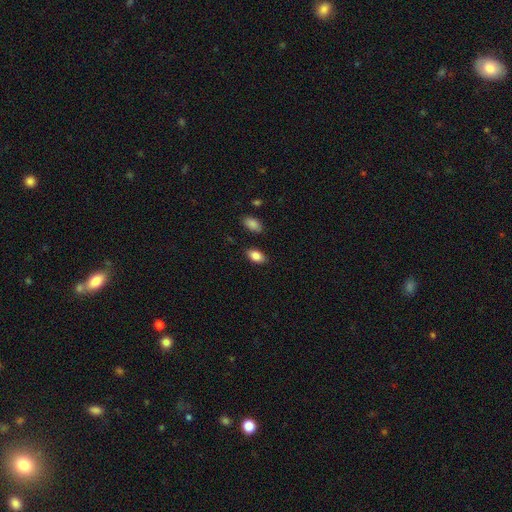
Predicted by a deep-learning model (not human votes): Smooth or featured? Predicted: smooth (p=0.87). How rounded? Predicted: in between (p=0.92). Merging? Predicted: none (p=0.85).